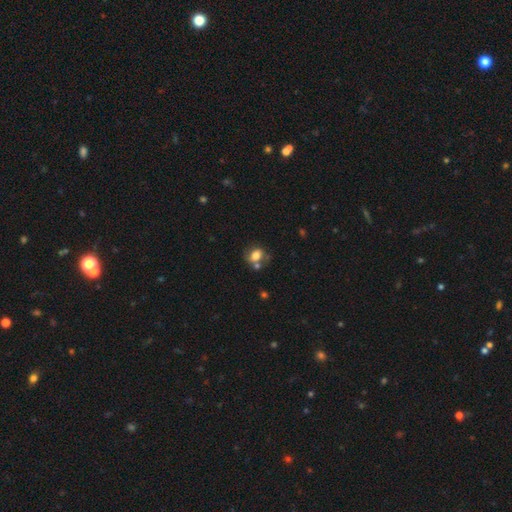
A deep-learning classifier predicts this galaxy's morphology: smooth 76%, featured or disk 14%, star or artifact 10%. Down the decision tree: how rounded — round (52%); merging — none (52%).